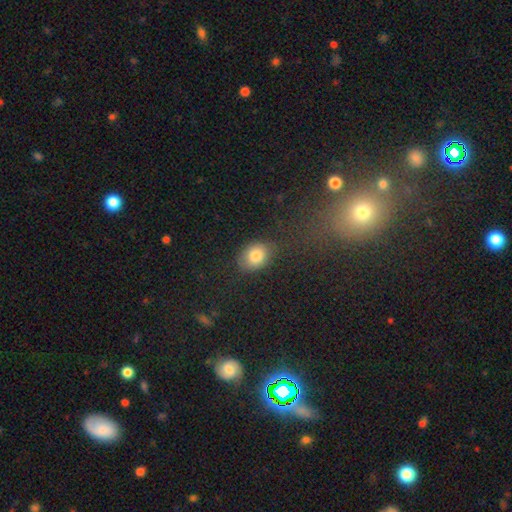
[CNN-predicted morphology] A smooth galaxy with no disk features (81%) that is in between round and cigar-shaped (67%).

Vote fractions:
- Smooth or featured? smooth: 81% / star or artifact: 10% / featured or disk: 9%
- How rounded? in between: 67% / round: 31% / cigar-shaped: 1%
- Merging? none: 75% / minor disturbance: 17% / major disturbance: 5% / merger: 2%